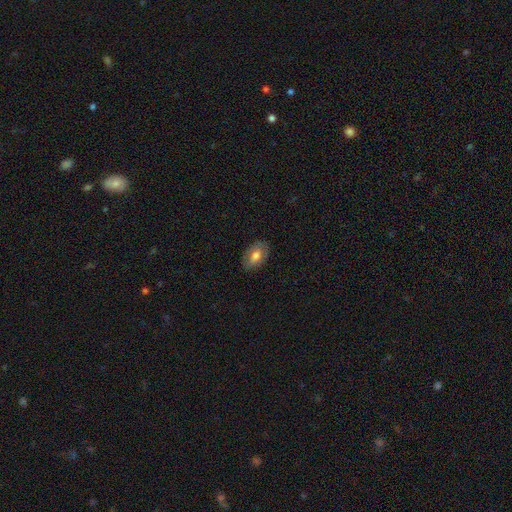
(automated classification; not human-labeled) This appears to be a smooth galaxy with no disk features (66%) that is in between round and cigar-shaped (89%). Merging: none (83%).